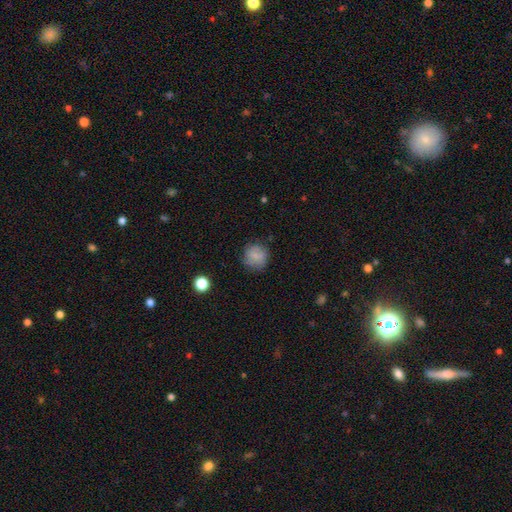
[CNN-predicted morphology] A smooth galaxy with no disk features (77%) that is round (89%).

Vote fractions:
- Smooth or featured? smooth: 77% / featured or disk: 13% / star or artifact: 10%
- How rounded? round: 89% / in between: 10% / cigar-shaped: 1%
- Merging? none: 75% / minor disturbance: 18% / major disturbance: 5% / merger: 1%